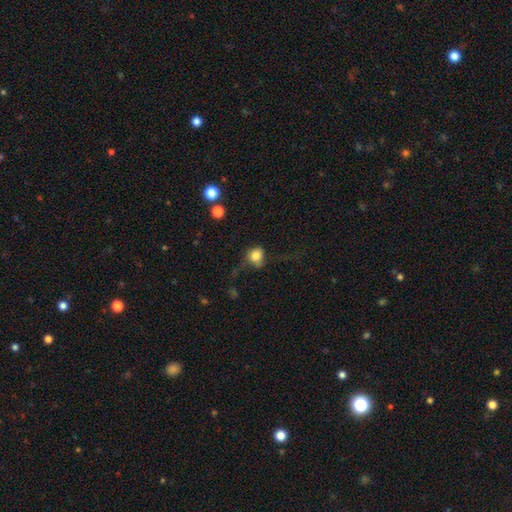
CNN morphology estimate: This is likely a smooth galaxy (78%). How rounded: likely round (71%). Merging: marginally none (43%).